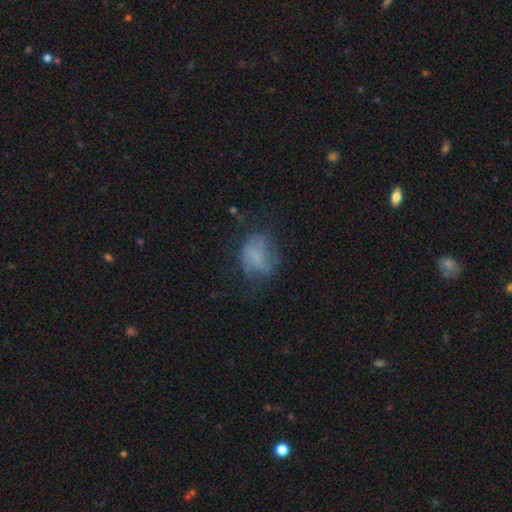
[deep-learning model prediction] The model was most divided on "smooth or featured": smooth: 50%, featured or disk: 35%, star or artifact: 14%. Remaining: how rounded — in between (65%); merging — none (43%).